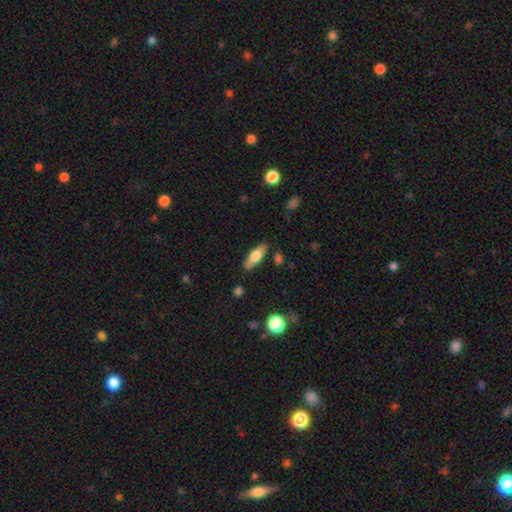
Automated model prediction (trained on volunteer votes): This is likely a smooth galaxy (65%). How rounded: possibly in between (59%). Merging: clearly none (83%).